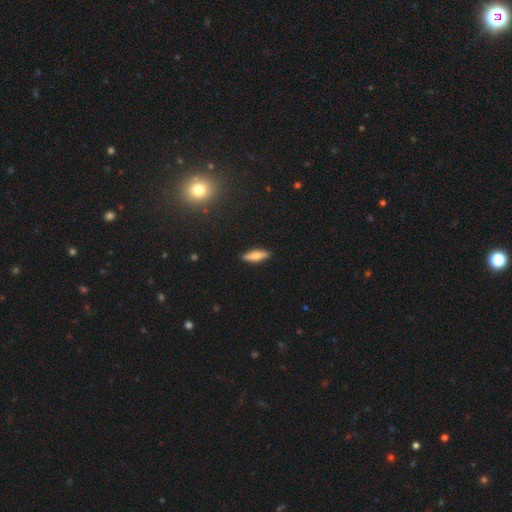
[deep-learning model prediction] smooth 59%, featured or disk 34%, star or artifact 7%. Down the decision tree: how rounded — cigar-shaped (68%); merging — none (89%).